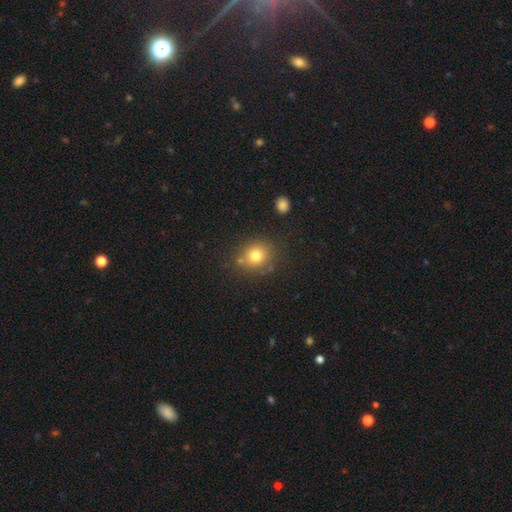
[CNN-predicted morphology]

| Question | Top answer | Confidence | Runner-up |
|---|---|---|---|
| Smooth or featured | smooth | 77% | star or artifact (13%) |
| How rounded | round | 81% | in between (18%) |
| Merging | none | 78% | minor disturbance (11%) |